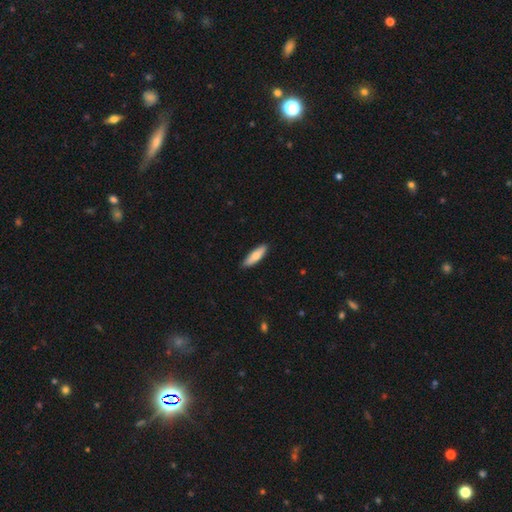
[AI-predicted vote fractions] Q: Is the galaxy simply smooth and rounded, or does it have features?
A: smooth — 72%.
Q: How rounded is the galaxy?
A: cigar-shaped — 58%.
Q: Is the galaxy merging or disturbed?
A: none — 88%.